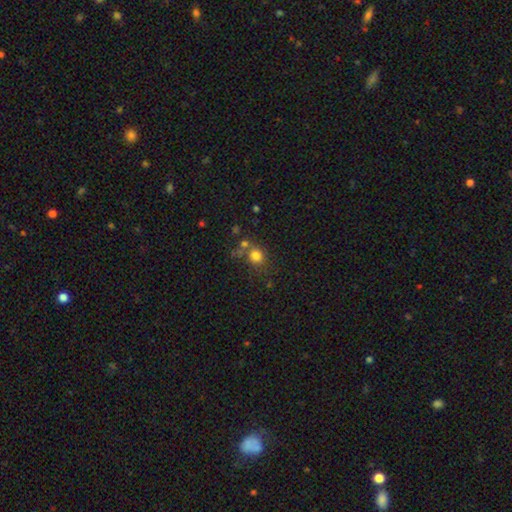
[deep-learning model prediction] smooth-or-featured: smooth: 78% | star or artifact: 14% | featured or disk: 8%
  how-rounded: round: 77% | in between: 22% | cigar-shaped: 1%
  merging: none: 60% | merger: 21% | minor disturbance: 13% | major disturbance: 7%